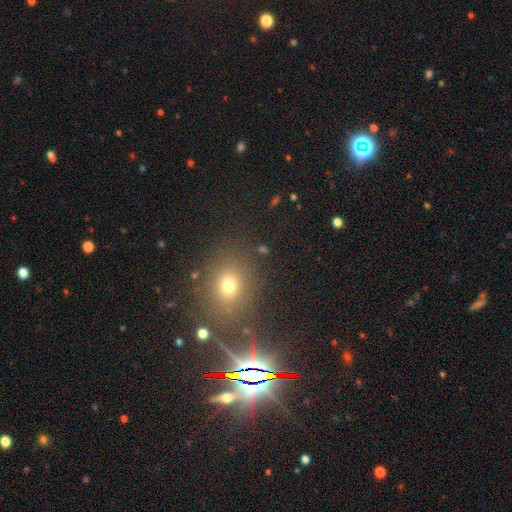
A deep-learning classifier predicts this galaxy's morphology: type=star or artifact (54%).